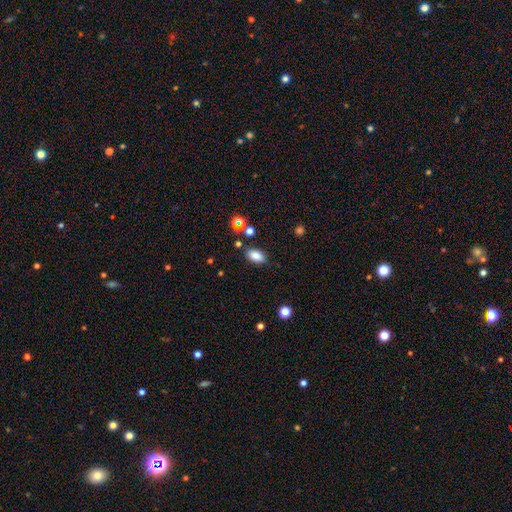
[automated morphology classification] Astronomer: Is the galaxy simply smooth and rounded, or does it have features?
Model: smooth — 83%.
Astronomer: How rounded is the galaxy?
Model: in between — 90%.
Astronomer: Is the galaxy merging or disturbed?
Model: none — 83%.